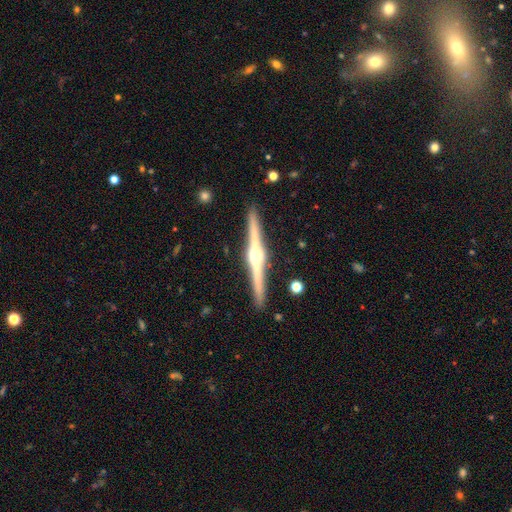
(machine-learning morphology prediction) The model was most divided on "smooth or featured": featured or disk: 87%, smooth: 8%, star or artifact: 4%. More confident: edge-on disk — yes (99%); edge-on bulge — rounded (95%); merging — none (92%).